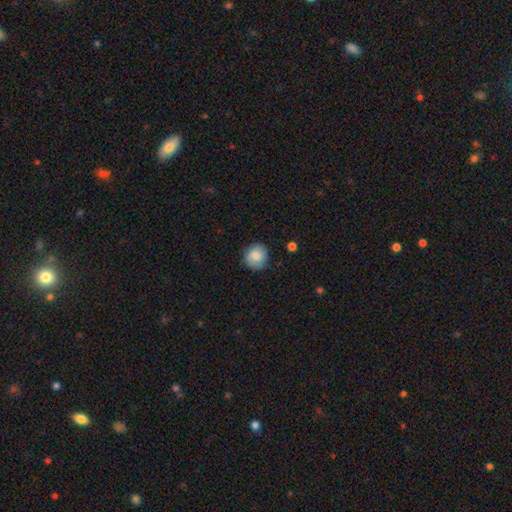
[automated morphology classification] smooth 82%, featured or disk 11%, star or artifact 8%. Down the decision tree: how rounded — round (88%); merging — none (84%).